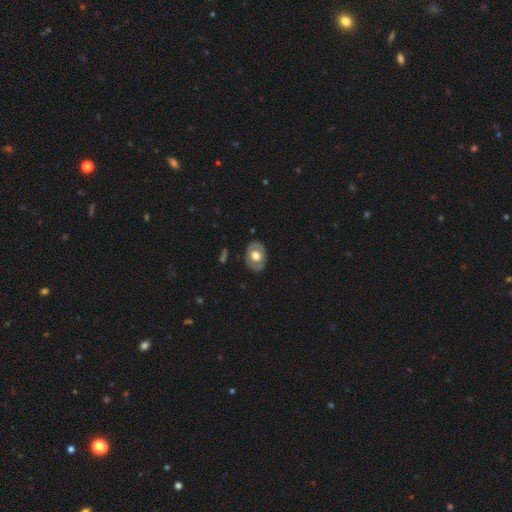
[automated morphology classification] smooth-or-featured: featured or disk: 48% | smooth: 46% | star or artifact: 6%
  merging: none: 80% | minor disturbance: 15% | major disturbance: 4% | merger: 1%